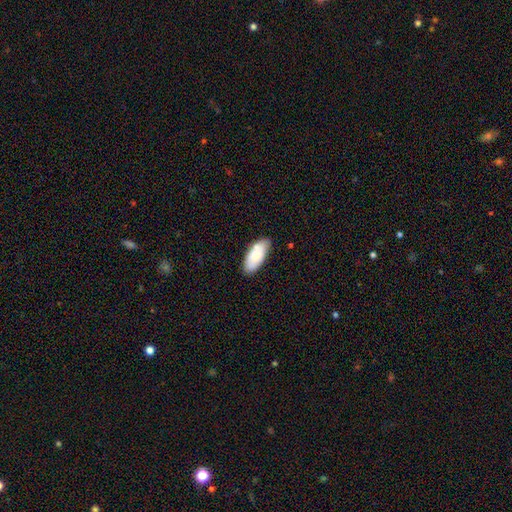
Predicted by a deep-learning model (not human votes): smooth-or-featured: smooth: 75% | featured or disk: 19% | star or artifact: 6%
  how-rounded: in between: 87% | cigar-shaped: 11% | round: 2%
  merging: none: 76% | minor disturbance: 17% | merger: 4% | major disturbance: 3%